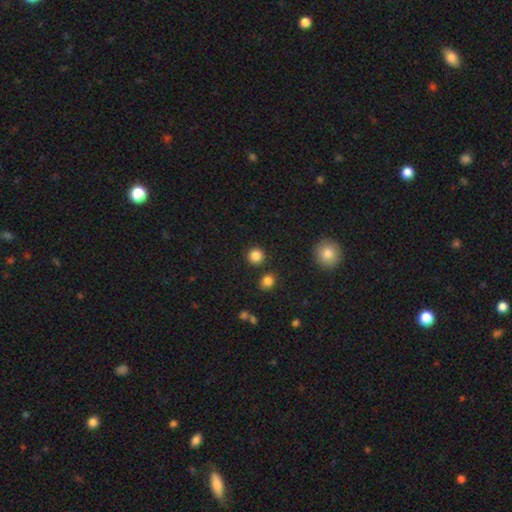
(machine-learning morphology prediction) Smooth or featured?
  - smooth: 85% *
  - star or artifact: 11%
  - featured or disk: 4%
How rounded?
  - round: 93% *
  - in between: 6%
  - cigar-shaped: 1%
Merging?
  - none: 89% *
  - minor disturbance: 5%
  - merger: 4%
  - major disturbance: 2%